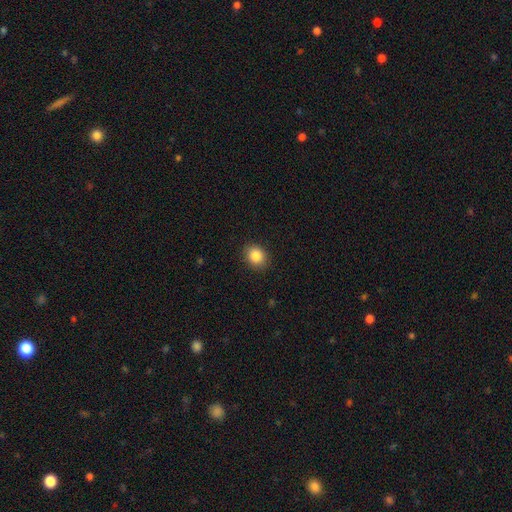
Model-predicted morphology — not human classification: Smooth or featured: smooth — 86% (star or artifact — 9%)
How rounded: round — 63% (in between — 36%)
Merging: none — 89% (minor disturbance — 8%)